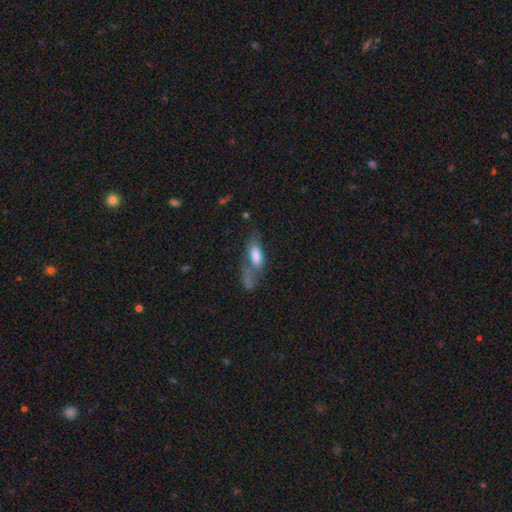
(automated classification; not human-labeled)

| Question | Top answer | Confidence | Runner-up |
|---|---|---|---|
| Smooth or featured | smooth | 66% | featured or disk (25%) |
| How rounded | in between | 71% | cigar-shaped (26%) |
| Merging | major disturbance | 30% | none (29%) |